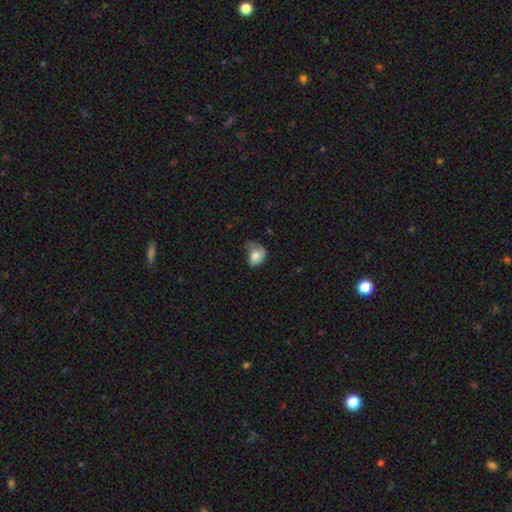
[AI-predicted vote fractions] Smooth or featured: smooth — 74% (featured or disk — 18%)
How rounded: in between — 56% (round — 43%)
Merging: minor disturbance — 39% (major disturbance — 30%)